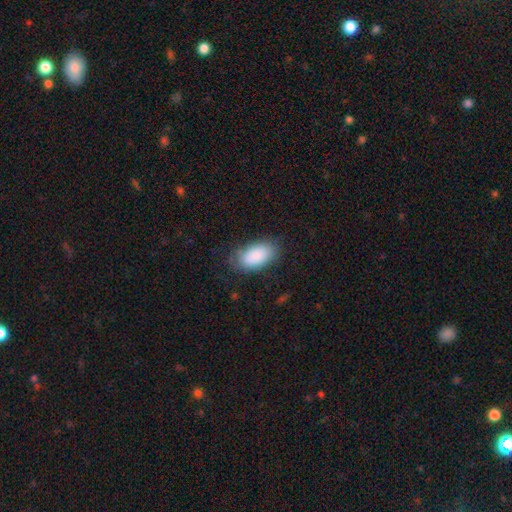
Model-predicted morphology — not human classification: type=smooth (87%); roundness=in between (95%); merging=none (73%).